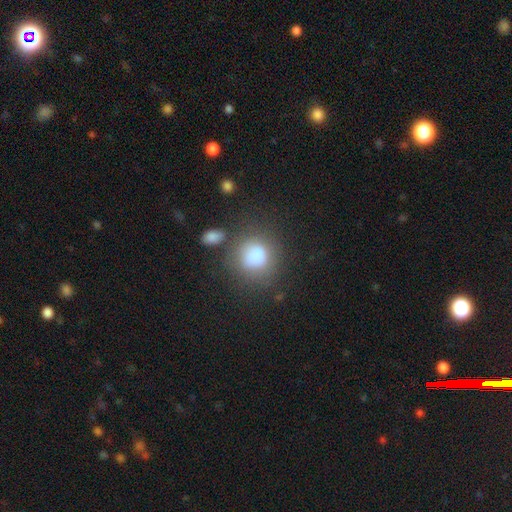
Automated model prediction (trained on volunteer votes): This appears to be a smooth galaxy with no disk features (79%) that is round (77%). Merging: none (56%).